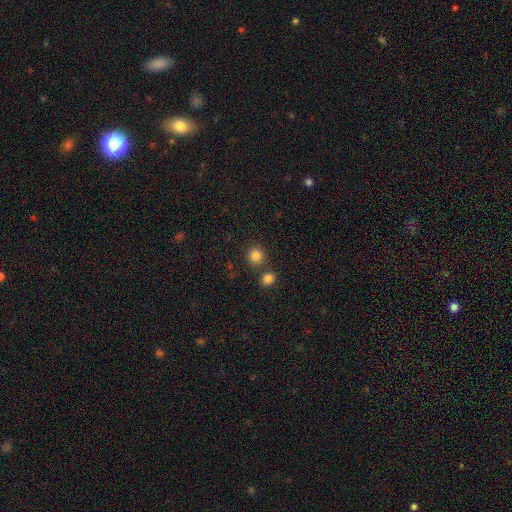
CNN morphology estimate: A smooth galaxy with no disk features (83%) that is round (89%).

Vote fractions:
- Smooth or featured? smooth: 83% / star or artifact: 12% / featured or disk: 5%
- How rounded? round: 89% / in between: 10% / cigar-shaped: 1%
- Merging? none: 74% / merger: 15% / minor disturbance: 7% / major disturbance: 3%